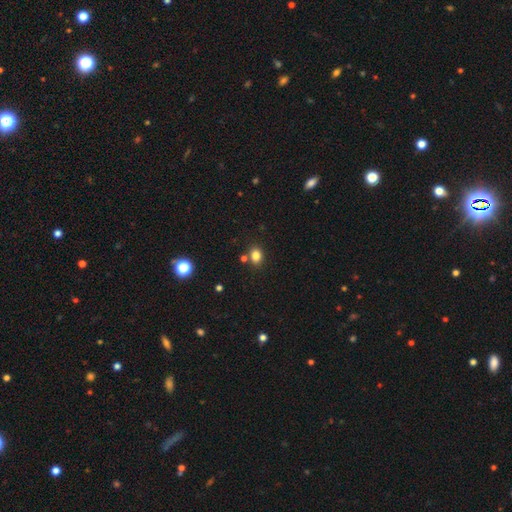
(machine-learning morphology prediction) Smooth or featured?
  - smooth: 81% *
  - star or artifact: 13%
  - featured or disk: 6%
How rounded?
  - in between: 50% *
  - round: 49%
  - cigar-shaped: 1%
Merging?
  - none: 77% *
  - minor disturbance: 10%
  - merger: 10%
  - major disturbance: 3%